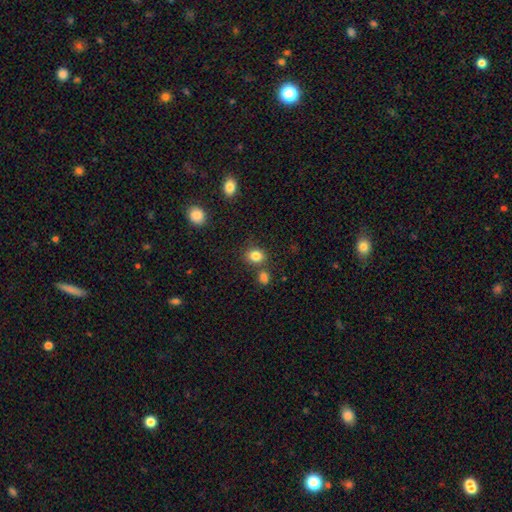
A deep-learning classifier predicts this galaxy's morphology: The model was most divided on "how rounded": round: 61%, in between: 38%, cigar-shaped: 1%. More confident: smooth or featured — smooth (83%); merging — none (72%).